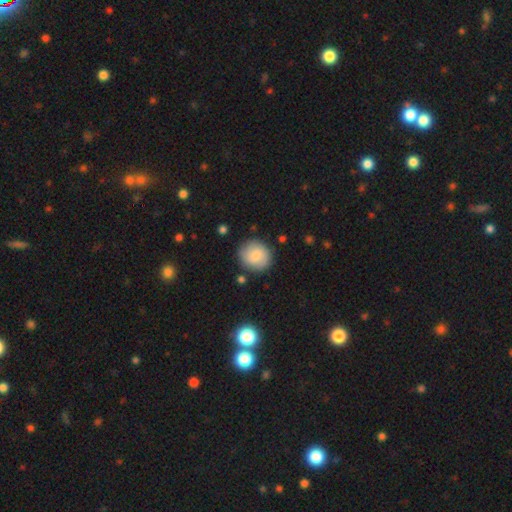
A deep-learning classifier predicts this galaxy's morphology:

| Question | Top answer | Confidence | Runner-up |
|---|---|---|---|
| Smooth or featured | smooth | 75% | featured or disk (17%) |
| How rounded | round | 86% | in between (13%) |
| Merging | none | 84% | minor disturbance (11%) |